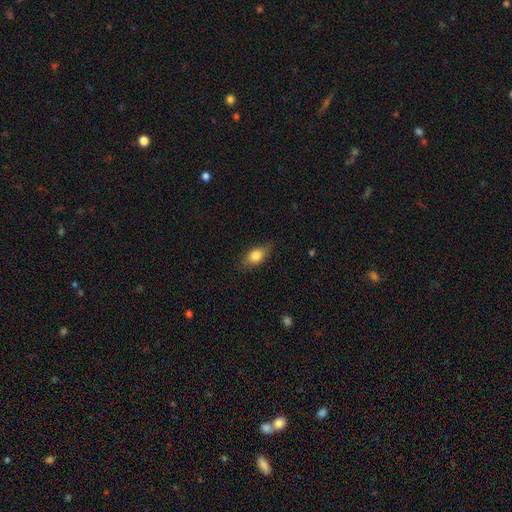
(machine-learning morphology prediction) Q: Smooth or featured?
A: smooth (78%); runner-up: featured or disk (14%)
Q: How rounded?
A: in between (80%); runner-up: round (13%)
Q: Merging?
A: none (75%); runner-up: minor disturbance (20%)